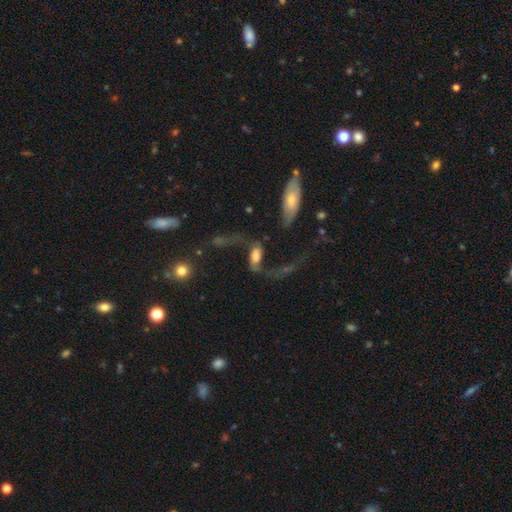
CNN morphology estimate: Smooth or featured: featured or disk — 75% (smooth — 17%)
Edge-on disk: no — 90% (yes — 10%)
Bar: weak — 40% (no — 37%)
Spiral arms: yes — 90% (no — 10%)
Spiral winding: loose — 94% (medium — 4%)
Spiral arm count: 2 — 92% (1 — 3%)
Bulge size: moderate — 37% (large — 28%)
Merging: none — 45% (major disturbance — 27%)